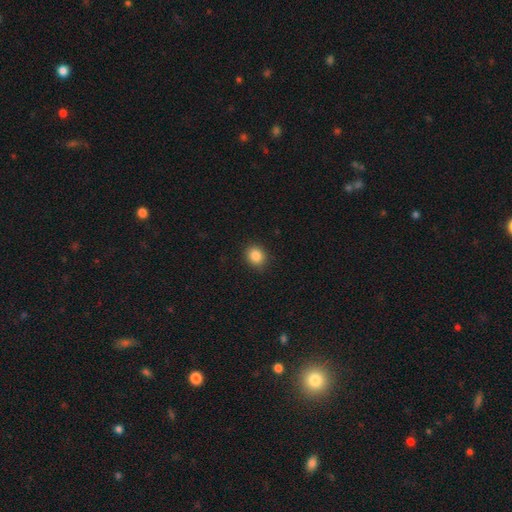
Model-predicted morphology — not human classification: Q: Smooth or featured?
A: smooth (86%); runner-up: star or artifact (10%)
Q: How rounded?
A: round (73%); runner-up: in between (26%)
Q: Merging?
A: none (89%); runner-up: minor disturbance (8%)